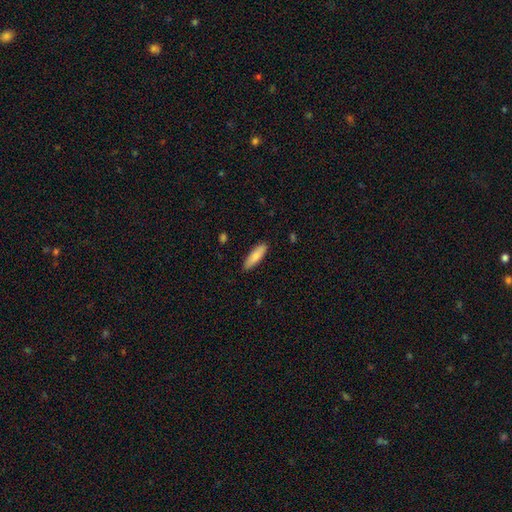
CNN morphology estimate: A smooth galaxy with no disk features (85%) that is cigar-shaped (52%). Merging: none (88%).